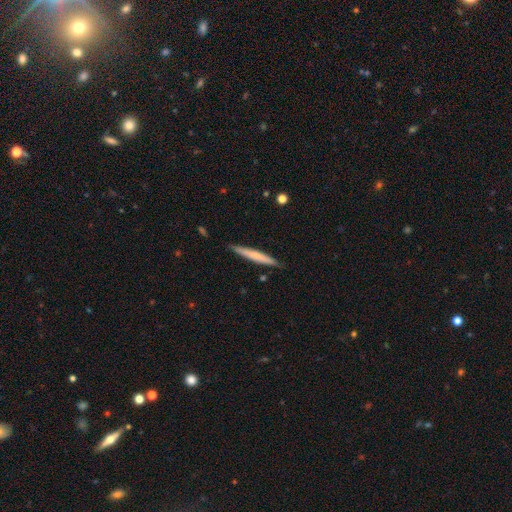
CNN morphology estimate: Smooth or featured? Predicted: smooth (p=0.61). How rounded? Predicted: cigar-shaped (p=0.96). Merging? Predicted: none (p=0.88).